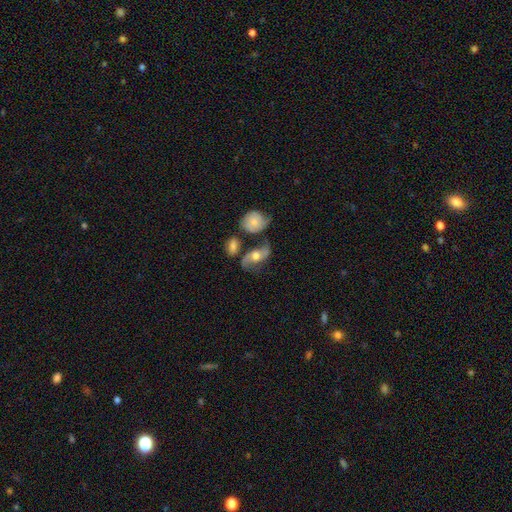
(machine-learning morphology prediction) type=featured or disk (65%); edge-on=no (93%); bar=no (62%); spiral arms=yes (85%); winding=loose (57%); arm count=2 (88%); bulge=moderate (66%); merging=none (47%).